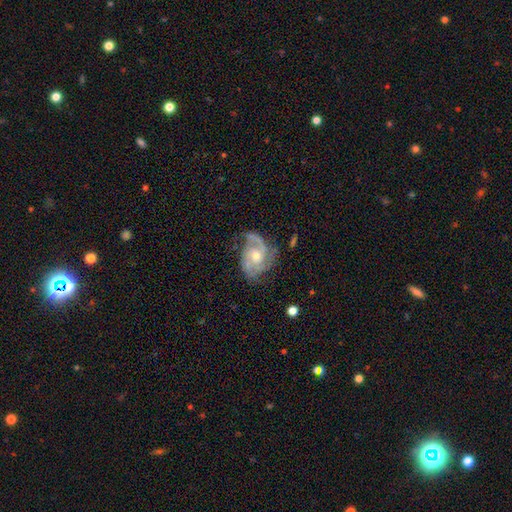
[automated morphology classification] The model was most divided on "spiral winding": medium: 48%, tight: 41%, loose: 11%. Remaining: edge-on disk — no (98%); spiral arms — yes (98%); smooth or featured — featured or disk (90%); bar — no (67%); merging — none (65%); bulge size — moderate (60%); spiral arm count — 2 (43%).